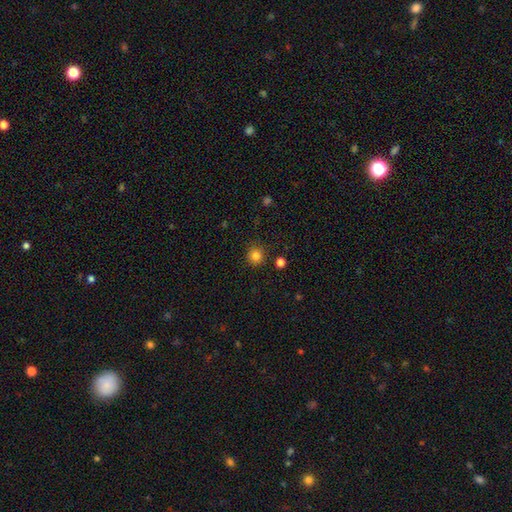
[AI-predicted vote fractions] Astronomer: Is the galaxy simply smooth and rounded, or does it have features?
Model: smooth — 84%.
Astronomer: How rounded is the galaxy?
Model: round — 91%.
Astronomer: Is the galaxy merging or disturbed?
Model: none — 86%.